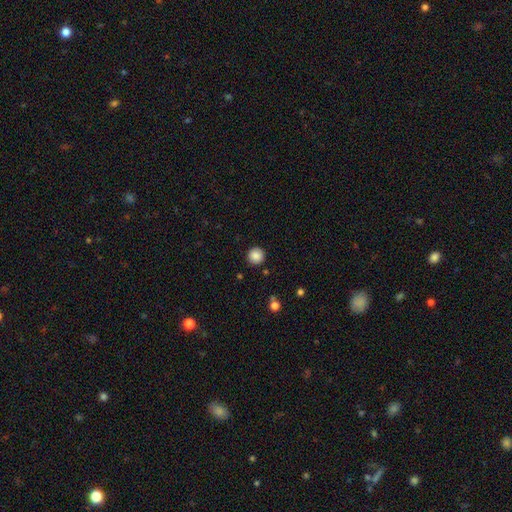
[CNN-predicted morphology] The model was most divided on "smooth or featured": smooth: 87%, star or artifact: 10%, featured or disk: 4%. More confident: how rounded — round (95%); merging — none (92%).